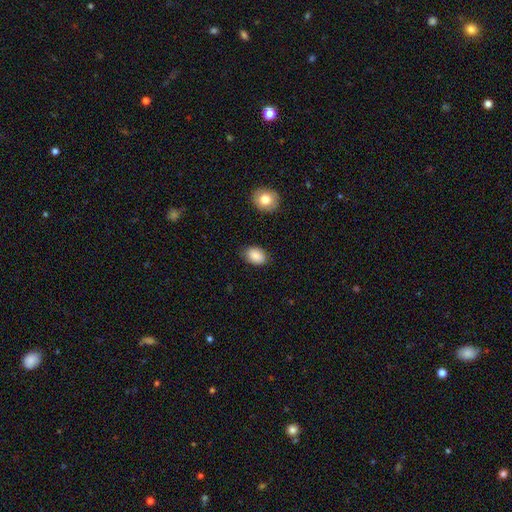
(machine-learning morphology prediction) smooth_or_featured: smooth (p=0.86) [alt: star or artifact p=0.08]
how_rounded: in between (p=0.84) [alt: round p=0.15]
merging: none (p=0.83) [alt: minor disturbance p=0.13]